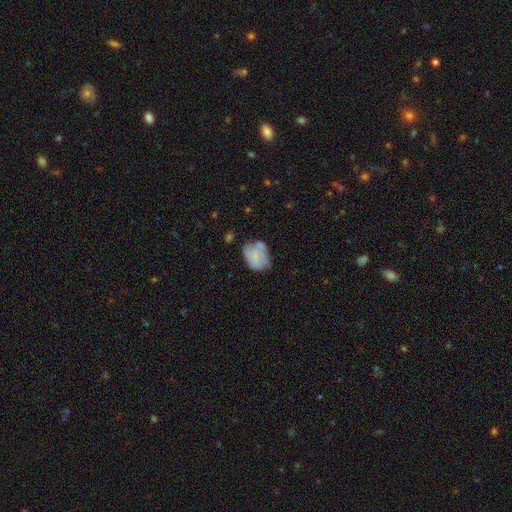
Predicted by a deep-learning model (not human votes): A smooth galaxy with no disk features (57%) that is in between round and cigar-shaped (63%). Merging: none (42%).